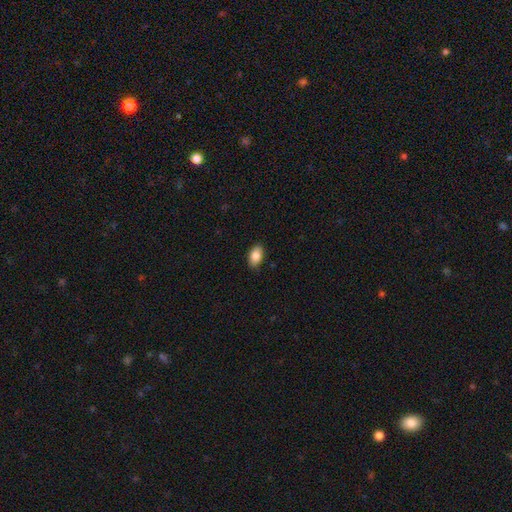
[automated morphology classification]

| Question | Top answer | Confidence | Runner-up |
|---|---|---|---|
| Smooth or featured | smooth | 86% | star or artifact (7%) |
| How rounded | in between | 92% | round (6%) |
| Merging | none | 87% | minor disturbance (10%) |